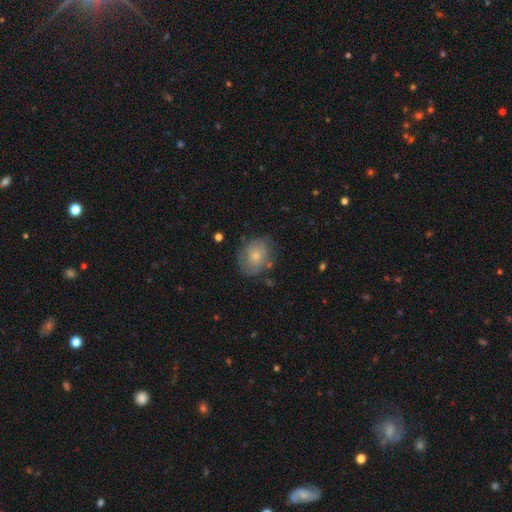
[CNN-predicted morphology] Smooth or featured: smooth — 57% (featured or disk — 34%)
How rounded: round — 54% (in between — 45%)
Merging: none — 67% (minor disturbance — 23%)